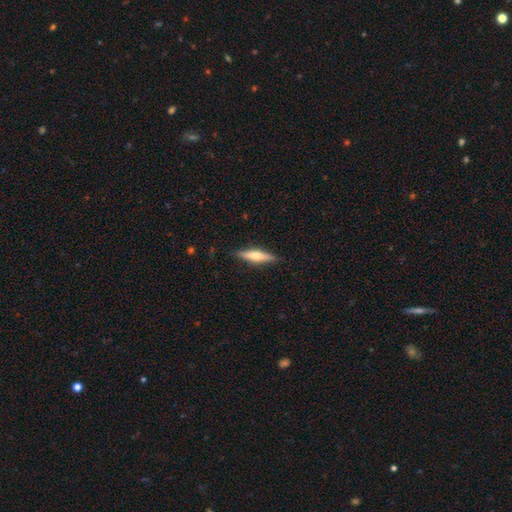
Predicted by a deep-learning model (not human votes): smooth_or_featured: featured or disk (p=0.52) [alt: smooth p=0.43]
disk_edge_on: yes (p=0.95) [alt: no p=0.05]
merging: none (p=0.89) [alt: minor disturbance p=0.08]